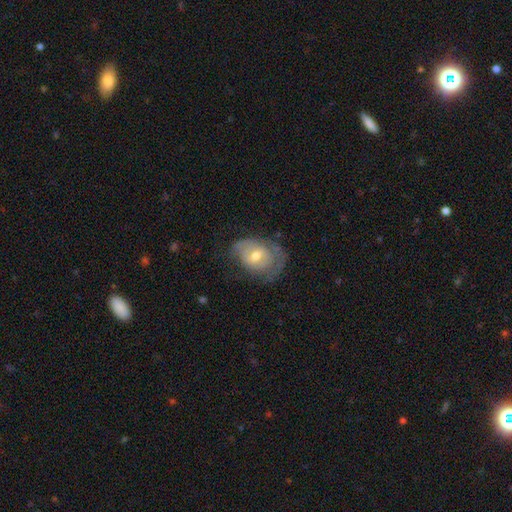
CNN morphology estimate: Smooth or featured? Predicted: featured or disk (p=0.57). Edge-on disk? Predicted: no (p=0.95). Bar? Predicted: no (p=0.54). Spiral arms? Predicted: yes (p=0.64). Bulge size? Predicted: moderate (p=0.61). Merging? Predicted: none (p=0.45).